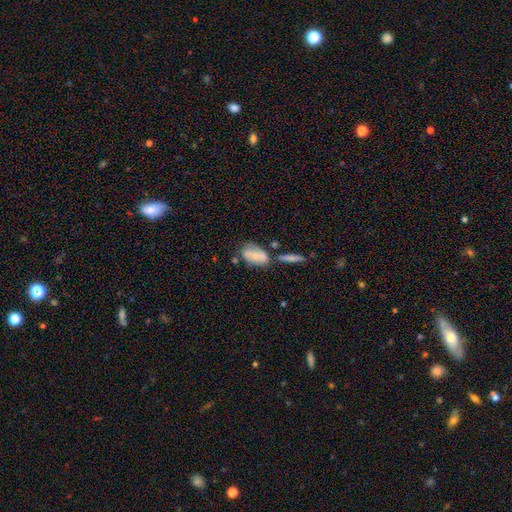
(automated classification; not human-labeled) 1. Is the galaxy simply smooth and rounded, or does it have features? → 72% smooth, 20% featured or disk, 8% star or artifact.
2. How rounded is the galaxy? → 89% in between, 6% round, 5% cigar-shaped.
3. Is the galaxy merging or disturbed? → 44% none, 24% merger, 23% minor disturbance, 9% major disturbance.